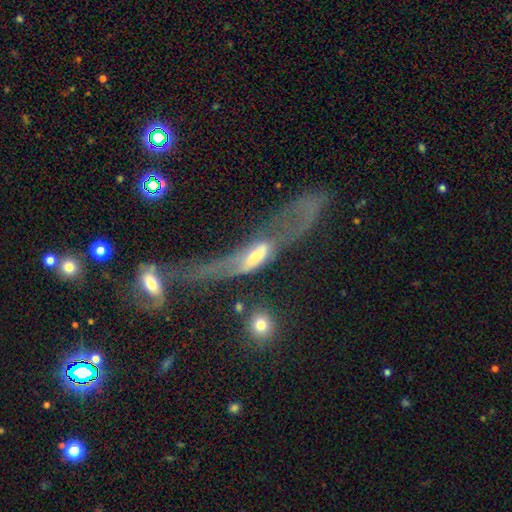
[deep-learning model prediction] Smooth or featured?
  - featured or disk: 58% *
  - smooth: 28%
  - star or artifact: 14%
Edge-on disk?
  - no: 59% *
  - yes: 41%
Merging?
  - major disturbance: 39% *
  - merger: 33%
  - none: 16%
  - minor disturbance: 12%